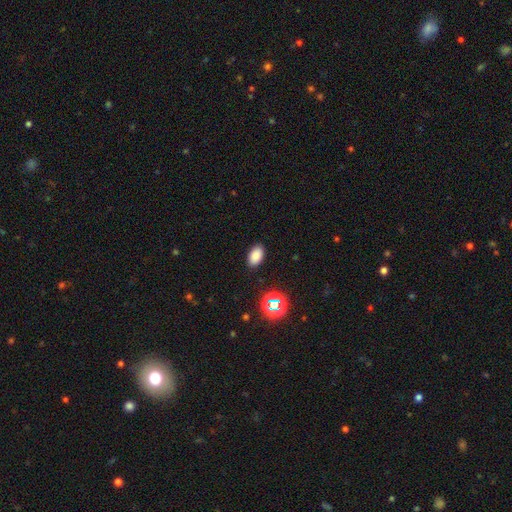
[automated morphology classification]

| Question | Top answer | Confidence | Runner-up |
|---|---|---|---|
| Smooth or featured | smooth | 81% | star or artifact (13%) |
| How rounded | in between | 92% | round (7%) |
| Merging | none | 88% | minor disturbance (9%) |